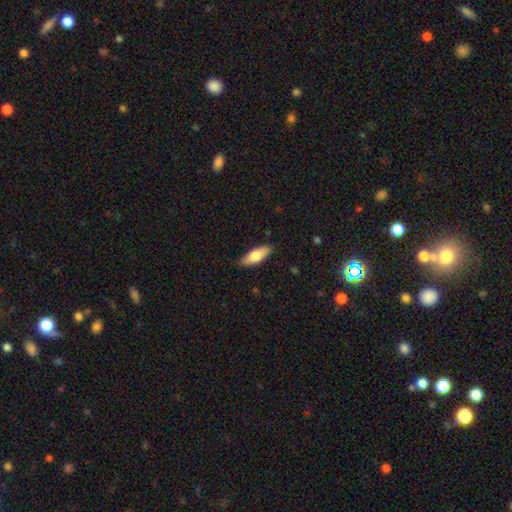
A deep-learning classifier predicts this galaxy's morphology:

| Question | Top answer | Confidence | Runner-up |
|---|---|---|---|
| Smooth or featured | smooth | 66% | featured or disk (28%) |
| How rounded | in between | 63% | cigar-shaped (34%) |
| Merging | none | 87% | minor disturbance (10%) |